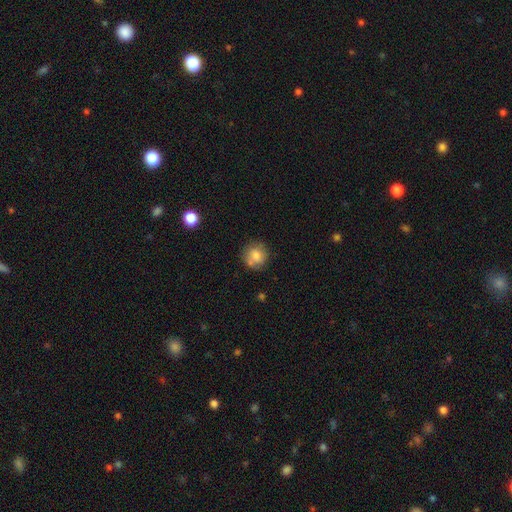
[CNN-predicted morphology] Overall: smooth (76%). How rounded: round (88%). Merging: none (70%).